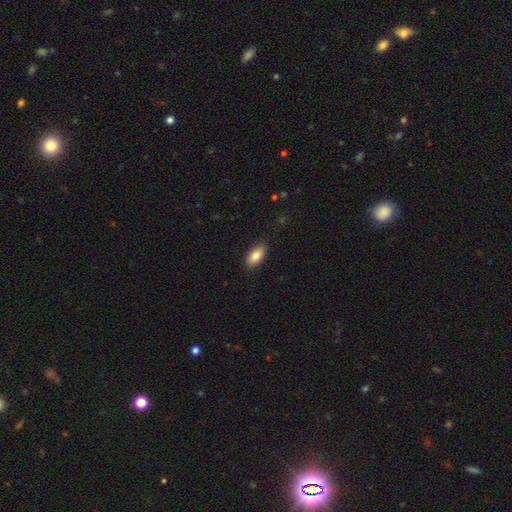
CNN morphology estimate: smooth-or-featured: smooth: 84% | featured or disk: 10% | star or artifact: 7%
  how-rounded: in between: 91% | cigar-shaped: 5% | round: 3%
  merging: none: 86% | minor disturbance: 11% | major disturbance: 2% | merger: 1%